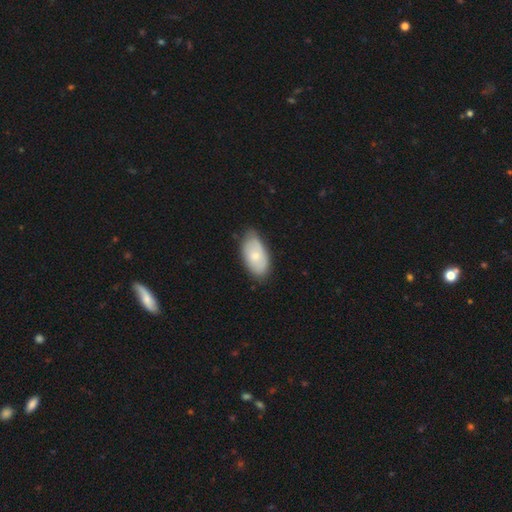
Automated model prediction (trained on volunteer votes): This is likely a smooth galaxy (68%). How rounded: clearly in between (94%). Merging: likely none (71%).